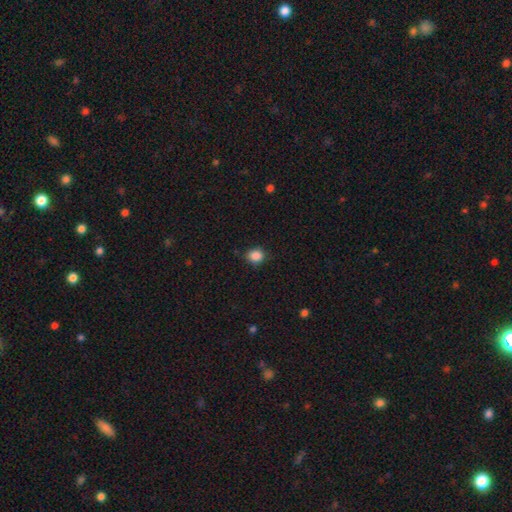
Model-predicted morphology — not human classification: smooth 87%, star or artifact 10%, featured or disk 3%. Down the decision tree: how rounded — round (76%); merging — none (83%).